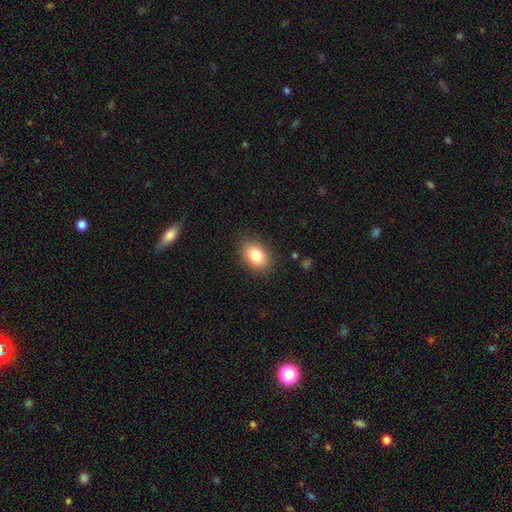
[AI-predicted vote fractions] Smooth or featured? smooth (83%)
How rounded? in between (78%)
Merging? none (86%)